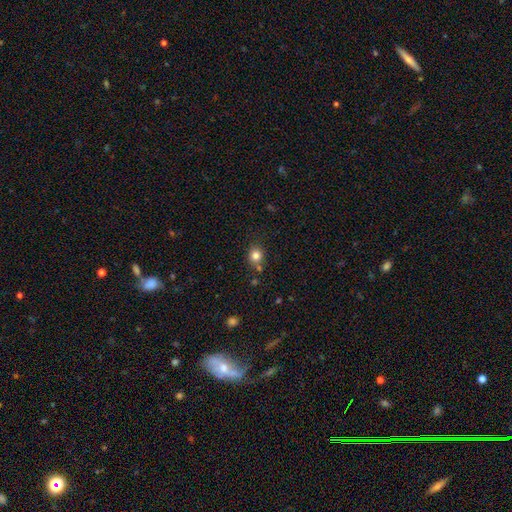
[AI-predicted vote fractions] smooth-or-featured: smooth: 81% | star or artifact: 12% | featured or disk: 6%
  how-rounded: round: 82% | in between: 17% | cigar-shaped: 1%
  merging: none: 75% | minor disturbance: 12% | merger: 10% | major disturbance: 3%